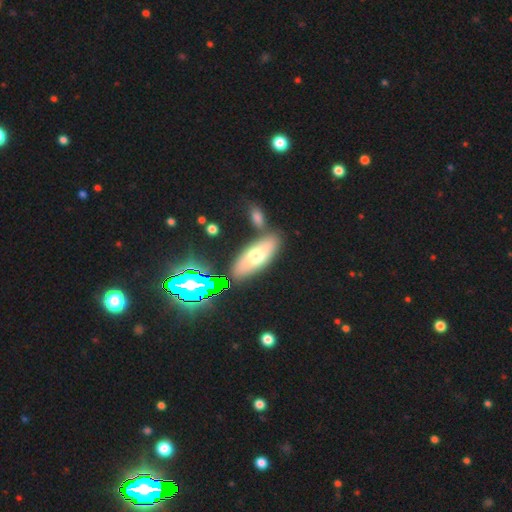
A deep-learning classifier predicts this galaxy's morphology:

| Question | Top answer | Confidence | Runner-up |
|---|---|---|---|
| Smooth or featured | smooth | 61% | featured or disk (28%) |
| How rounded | in between | 75% | cigar-shaped (22%) |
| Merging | none | 77% | minor disturbance (10%) |